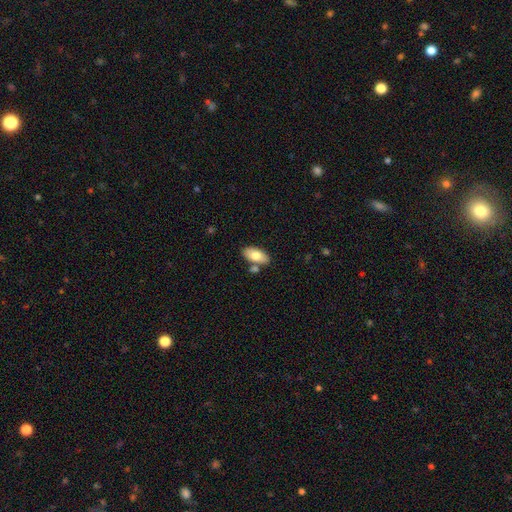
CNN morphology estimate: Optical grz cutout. It shows a smooth galaxy with no disk features (74%) that is in between round and cigar-shaped (93%). Merging: none (73%).